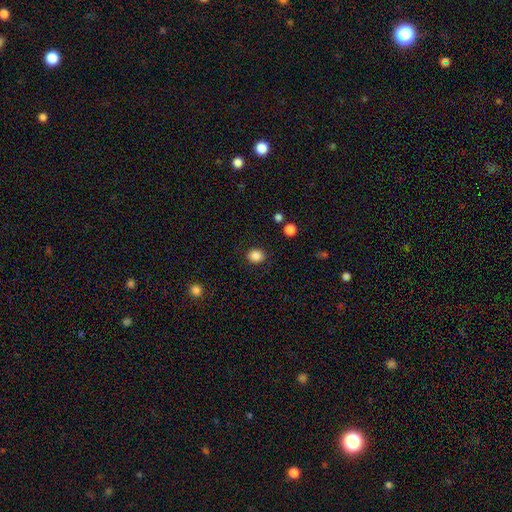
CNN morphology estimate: Smooth or featured?
  - smooth: 85% *
  - star or artifact: 10%
  - featured or disk: 5%
How rounded?
  - round: 56% *
  - in between: 43%
  - cigar-shaped: 1%
Merging?
  - none: 87% *
  - minor disturbance: 9%
  - major disturbance: 3%
  - merger: 2%